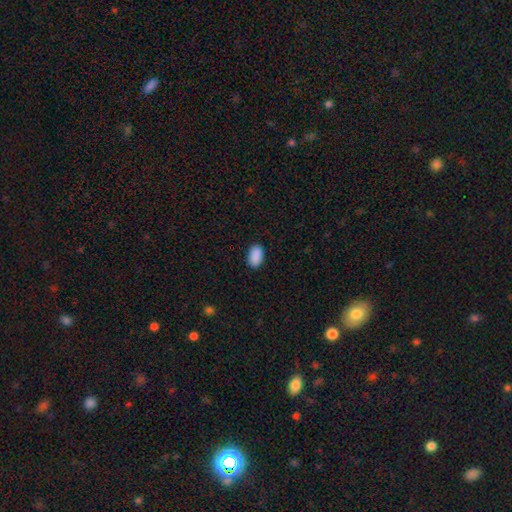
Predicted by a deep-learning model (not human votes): Smooth or featured? smooth (90%)
How rounded? in between (93%)
Merging? none (88%)